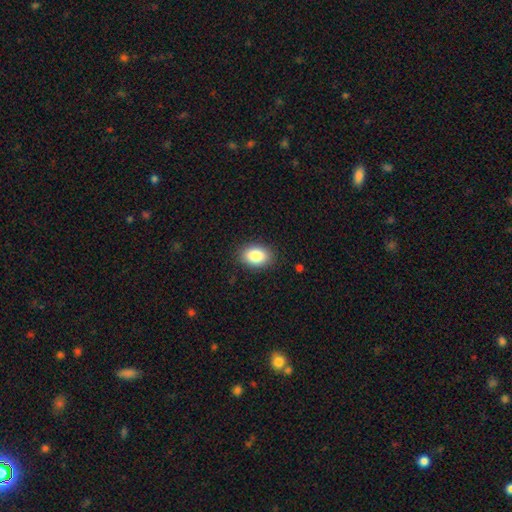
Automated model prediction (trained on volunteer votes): Smooth or featured? Predicted: smooth (p=0.87). How rounded? Predicted: in between (p=0.83). Merging? Predicted: none (p=0.87).